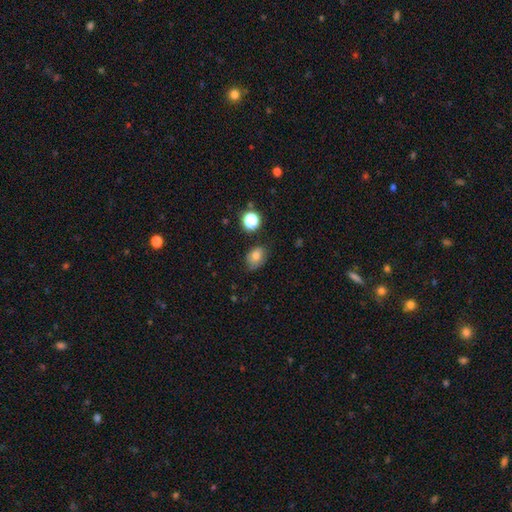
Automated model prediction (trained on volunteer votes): Smooth or featured: smooth — 77% (star or artifact — 13%)
How rounded: in between — 69% (round — 30%)
Merging: none — 63% (minor disturbance — 28%)